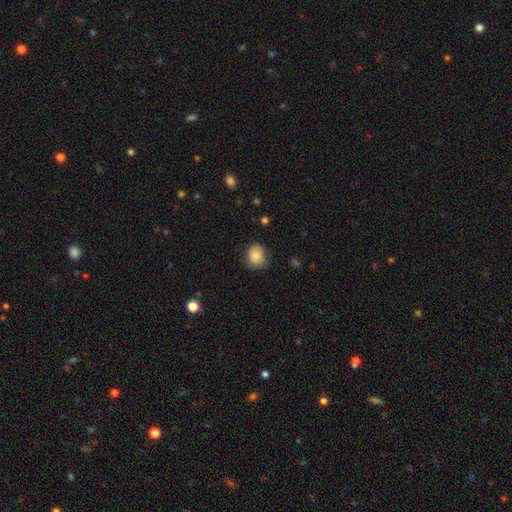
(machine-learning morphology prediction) Overall: smooth (82%). How rounded: round (60%; in between 39%). Merging: none (68%).